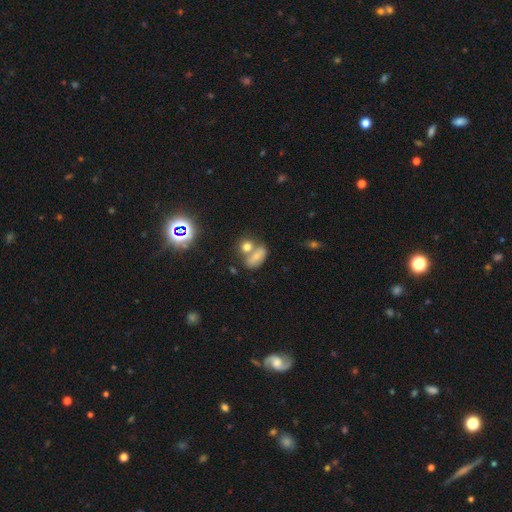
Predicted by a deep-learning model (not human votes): A smooth galaxy with no disk features (66%) that is in between round and cigar-shaped (73%).

Vote fractions:
- Smooth or featured? smooth: 66% / featured or disk: 18% / star or artifact: 16%
- How rounded? in between: 73% / round: 23% / cigar-shaped: 5%
- Merging? merger: 45% / none: 38% / minor disturbance: 11% / major disturbance: 5%